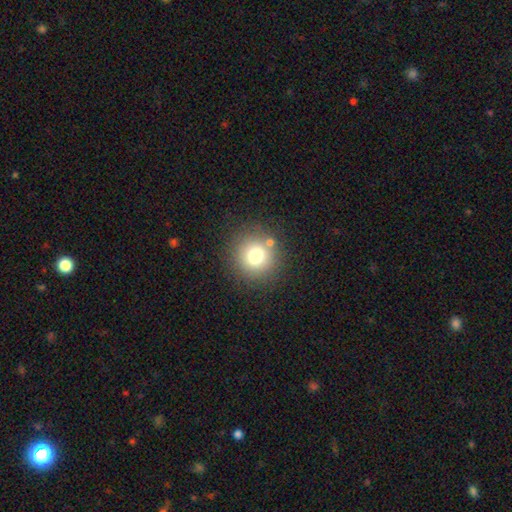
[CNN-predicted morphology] smooth_or_featured: smooth (p=0.75) [alt: star or artifact p=0.14]
how_rounded: round (p=0.93) [alt: in between p=0.06]
merging: none (p=0.81) [alt: minor disturbance p=0.09]